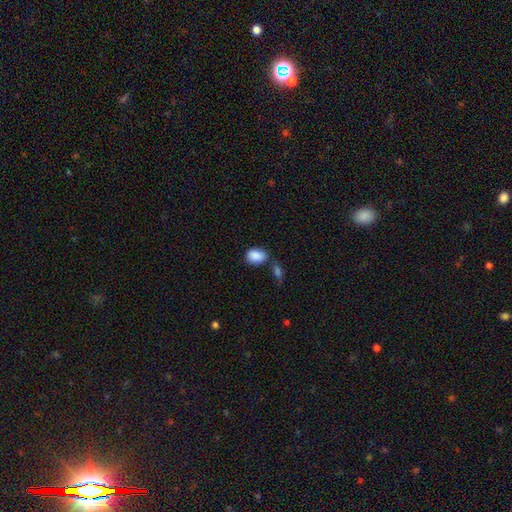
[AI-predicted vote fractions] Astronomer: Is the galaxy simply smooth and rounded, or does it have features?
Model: smooth — 88%.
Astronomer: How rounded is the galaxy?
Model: in between — 79%.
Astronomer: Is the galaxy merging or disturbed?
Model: none — 62%.